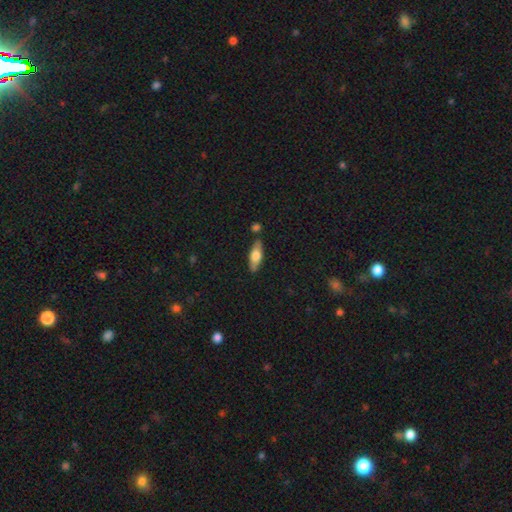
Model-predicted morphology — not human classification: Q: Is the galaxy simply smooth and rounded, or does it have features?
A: smooth — 60%.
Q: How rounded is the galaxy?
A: in between — 60%.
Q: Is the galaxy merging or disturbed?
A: none — 81%.